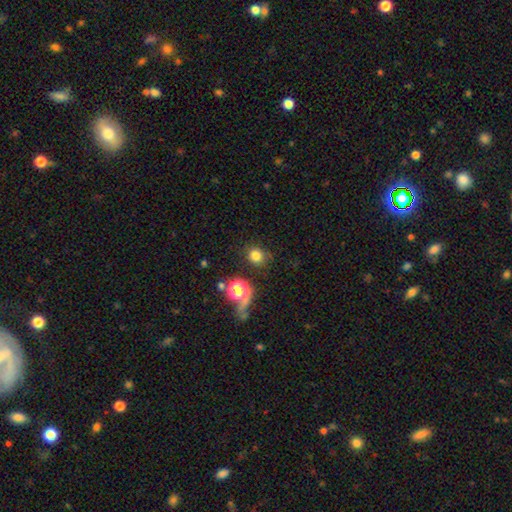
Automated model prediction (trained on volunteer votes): Q: Smooth or featured?
A: smooth (78%); runner-up: star or artifact (15%)
Q: How rounded?
A: round (82%); runner-up: in between (17%)
Q: Merging?
A: none (78%); runner-up: minor disturbance (11%)